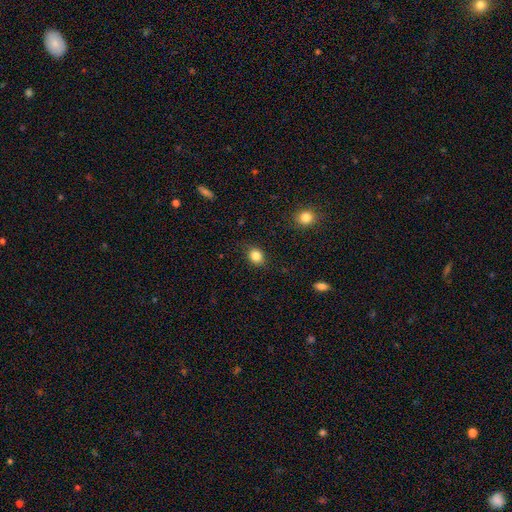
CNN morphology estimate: This appears to be a smooth galaxy with no disk features (84%) that is round (58%). Merging: none (84%).